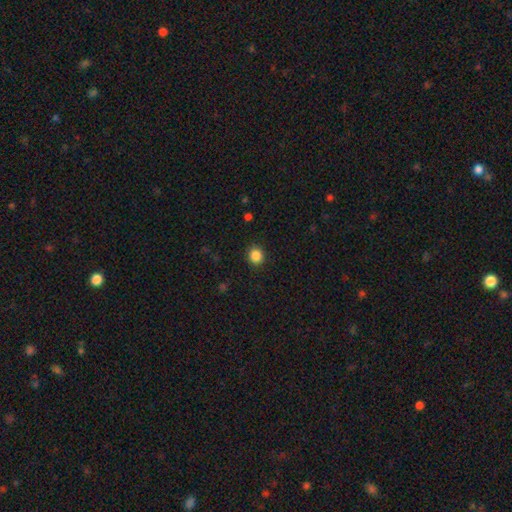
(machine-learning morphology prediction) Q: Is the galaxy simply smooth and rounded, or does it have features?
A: smooth — 86%.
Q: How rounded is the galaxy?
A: round — 86%.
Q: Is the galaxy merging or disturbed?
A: none — 90%.